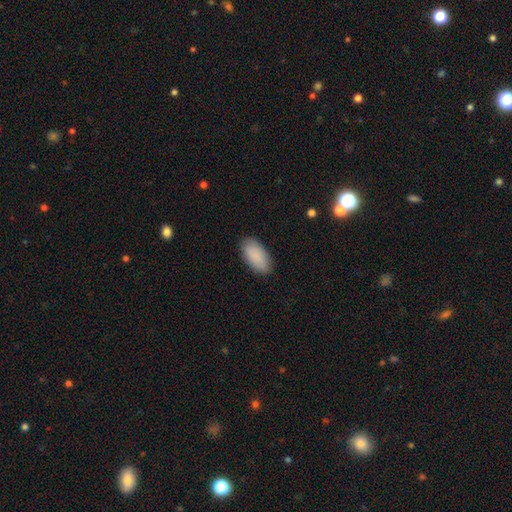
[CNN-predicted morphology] The model was most divided on "merging": none: 87%, minor disturbance: 10%, major disturbance: 2%, merger: 1%. More confident: how rounded — in between (94%); smooth or featured — smooth (90%).